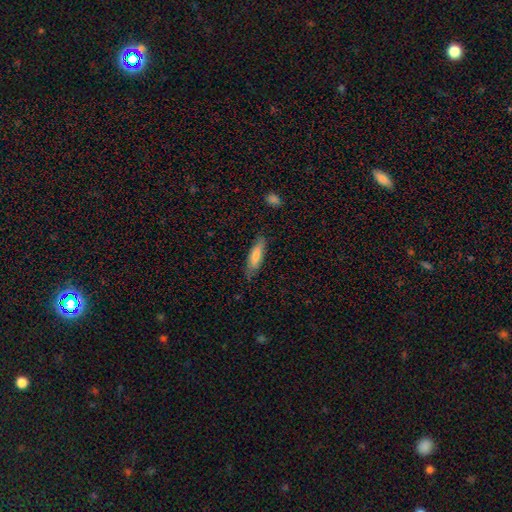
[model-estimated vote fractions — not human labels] This is likely a smooth galaxy (70%). How rounded: likely cigar-shaped (63%). Merging: likely none (79%).